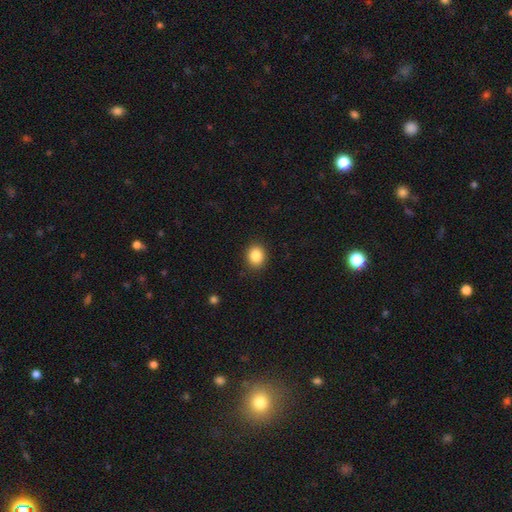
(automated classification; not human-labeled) Overall: smooth (86%). How rounded: round (63%; in between 36%). Merging: none (89%).